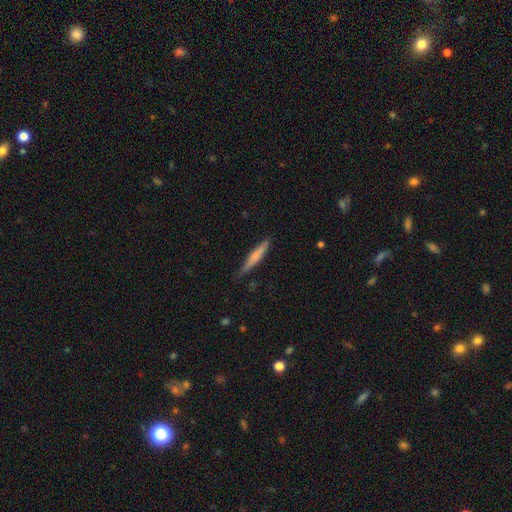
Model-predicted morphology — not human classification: Smooth or featured?
  - smooth: 63% *
  - featured or disk: 32%
  - star or artifact: 6%
How rounded?
  - cigar-shaped: 93% *
  - in between: 6%
  - round: 1%
Merging?
  - none: 81% *
  - minor disturbance: 15%
  - major disturbance: 2%
  - merger: 1%